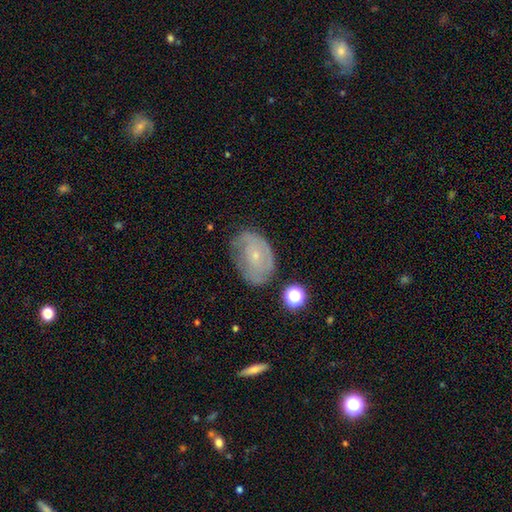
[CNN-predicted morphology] smooth-or-featured: featured or disk: 58% | smooth: 33% | star or artifact: 9%
  disk-edge-on: no: 95% | yes: 5%
    bar: no: 77% | weak: 20% | strong: 4%
    has-spiral-arms: yes: 67% | no: 33%
    bulge-size: small: 79% | moderate: 17% | none: 3% | large: 1% | dominant: 1%
  merging: none: 58% | minor disturbance: 28% | major disturbance: 11% | merger: 3%